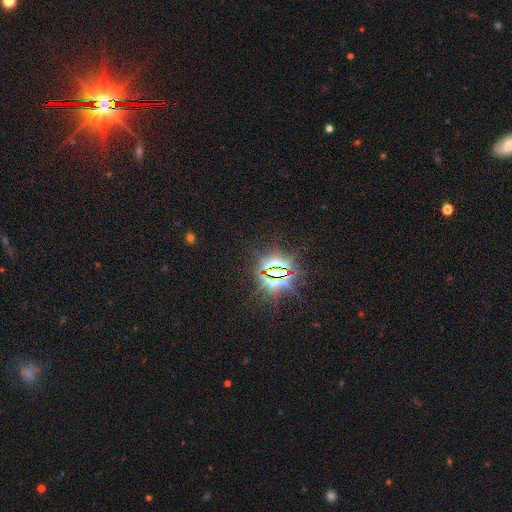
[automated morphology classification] This is clearly a star or artifact rather than a galaxy (84%).